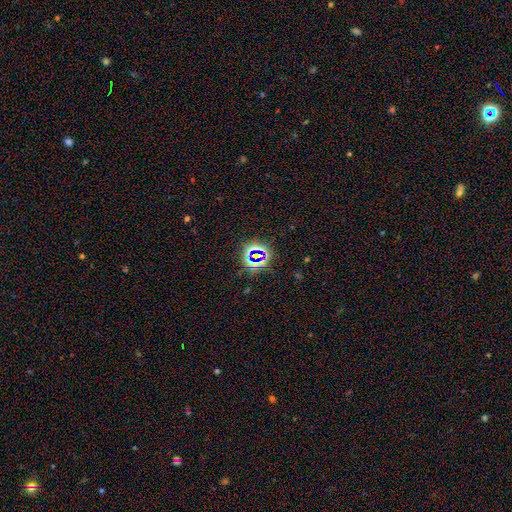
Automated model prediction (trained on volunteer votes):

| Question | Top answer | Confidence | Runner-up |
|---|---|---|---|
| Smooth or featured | star or artifact | 74% | smooth (17%) |